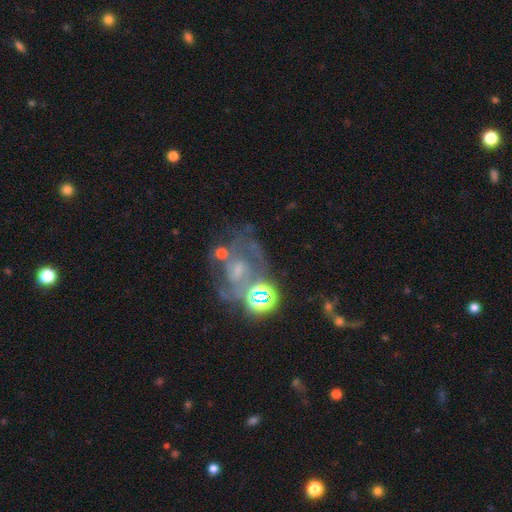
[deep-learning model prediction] smooth_or_featured: featured or disk (p=0.45) [alt: star or artifact p=0.34]
merging: none (p=0.36) [alt: merger p=0.28]